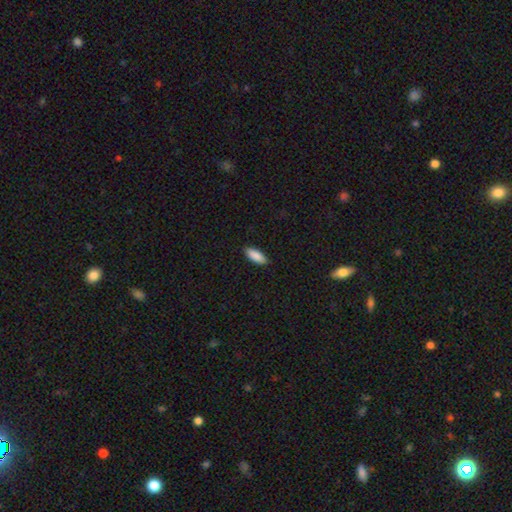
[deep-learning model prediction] This is clearly a smooth galaxy (89%). How rounded: likely in between (78%). Merging: clearly none (89%).